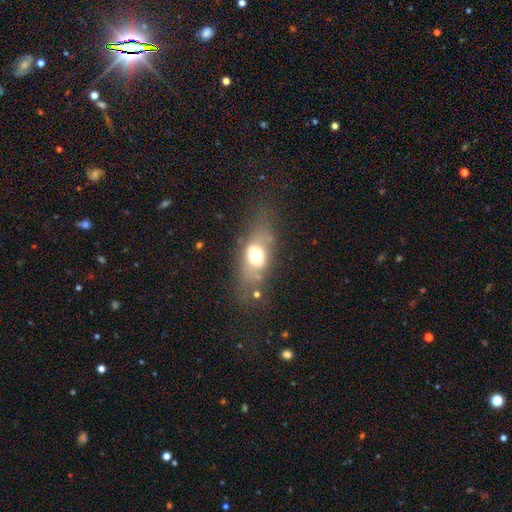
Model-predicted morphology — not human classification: This appears to be a smooth galaxy with no disk features (59%) that is in between round and cigar-shaped (74%). Merging: none (59%).